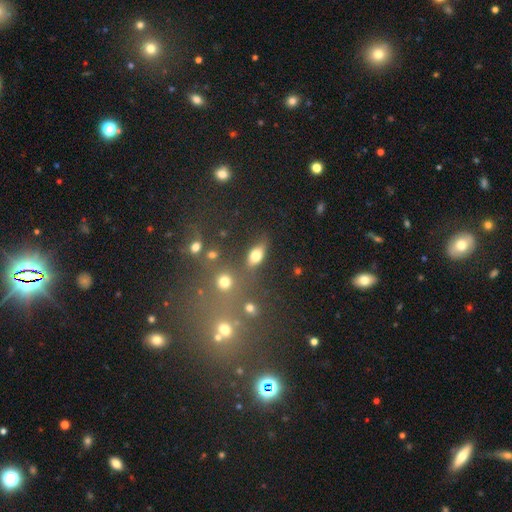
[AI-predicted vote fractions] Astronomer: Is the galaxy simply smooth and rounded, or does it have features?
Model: smooth — 73%.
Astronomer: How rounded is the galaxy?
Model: in between — 79%.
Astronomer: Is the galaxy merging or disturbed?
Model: none — 71%.